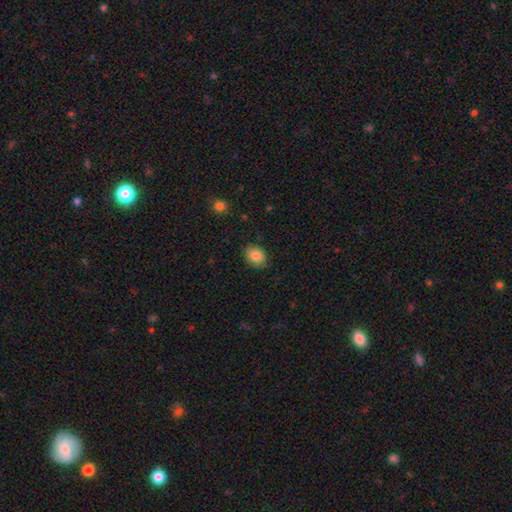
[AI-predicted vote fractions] Smooth or featured: smooth — 85% (star or artifact — 9%)
How rounded: in between — 58% (round — 42%)
Merging: none — 86% (minor disturbance — 10%)